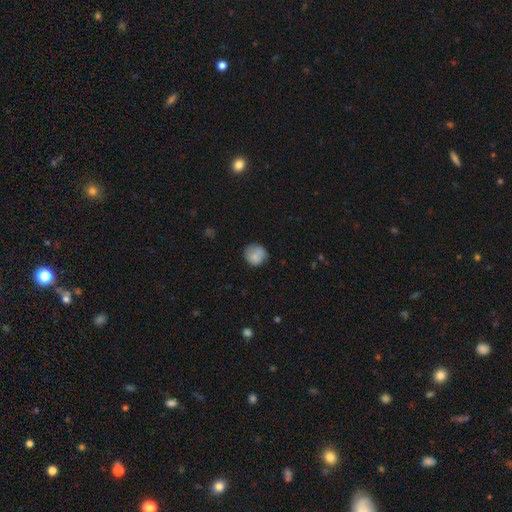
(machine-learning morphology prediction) Overall: smooth (82%). How rounded: round (89%). Merging: none (74%).